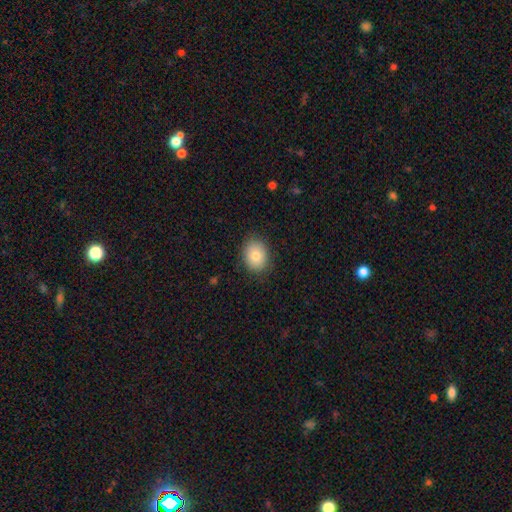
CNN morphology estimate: Smooth or featured: smooth — 81% (featured or disk — 10%)
How rounded: in between — 55% (round — 44%)
Merging: none — 86% (minor disturbance — 11%)